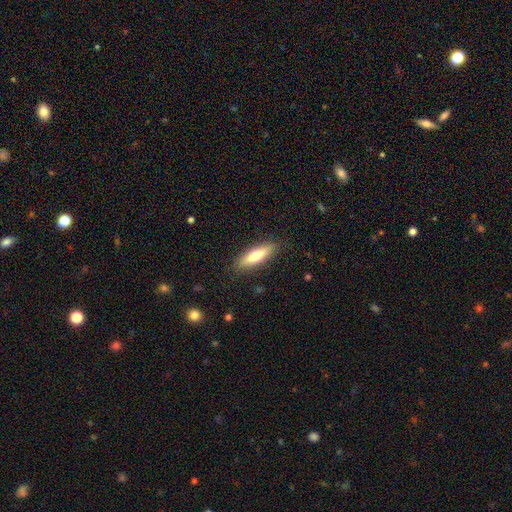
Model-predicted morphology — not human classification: Smooth or featured: smooth — 67% (featured or disk — 27%)
How rounded: cigar-shaped — 60% (in between — 38%)
Merging: none — 87% (minor disturbance — 9%)